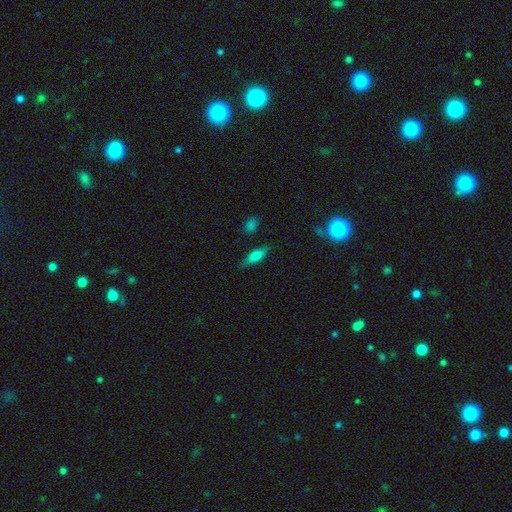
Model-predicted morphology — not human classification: Smooth or featured?
  - smooth: 65% *
  - featured or disk: 26%
  - star or artifact: 9%
How rounded?
  - in between: 49% *
  - cigar-shaped: 48%
  - round: 3%
Merging?
  - none: 78% *
  - minor disturbance: 16%
  - major disturbance: 4%
  - merger: 2%